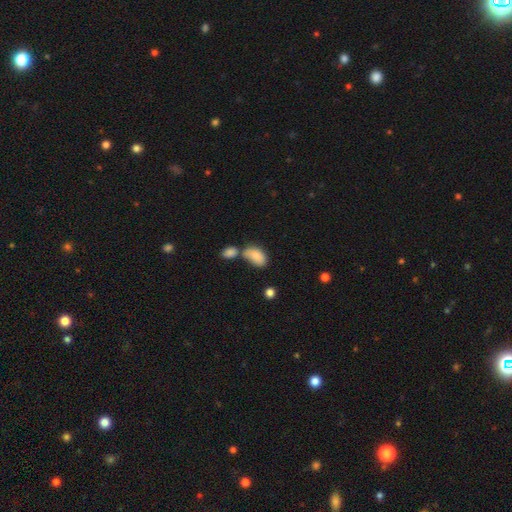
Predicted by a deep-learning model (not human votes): This appears to be a smooth galaxy with no disk features (83%) that is in between round and cigar-shaped (93%). Merging: merger (39%, tied with none).